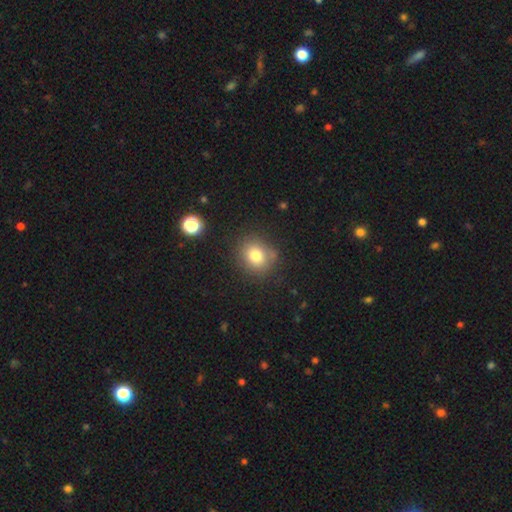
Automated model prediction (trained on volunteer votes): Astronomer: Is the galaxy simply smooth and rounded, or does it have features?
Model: smooth — 78%.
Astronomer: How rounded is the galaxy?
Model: round — 75%.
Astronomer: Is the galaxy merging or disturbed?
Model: none — 79%.